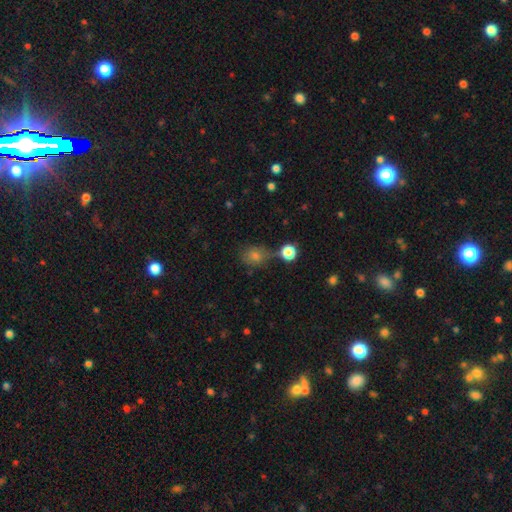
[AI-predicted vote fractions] This is likely a smooth galaxy (72%). How rounded: likely round (65%). Merging: likely none (63%).